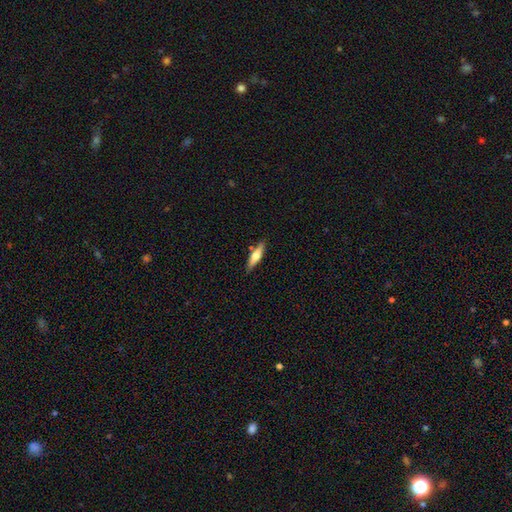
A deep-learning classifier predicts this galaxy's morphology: smooth_or_featured: smooth (p=0.51) [alt: featured or disk p=0.43]
how_rounded: cigar-shaped (p=0.72) [alt: in between p=0.26]
merging: none (p=0.85) [alt: minor disturbance p=0.10]